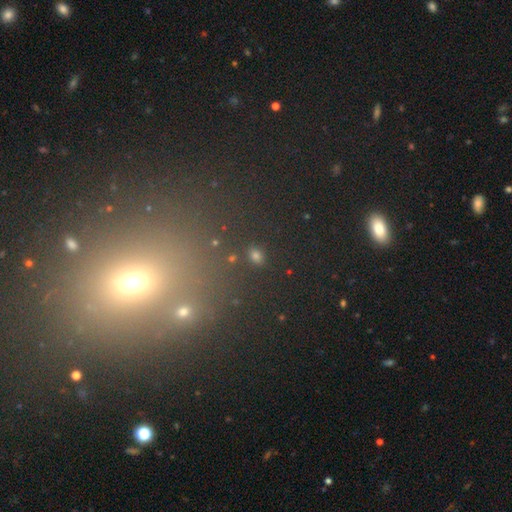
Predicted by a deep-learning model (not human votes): This appears to be a smooth galaxy with no disk features (45%). Merging: none (77%).